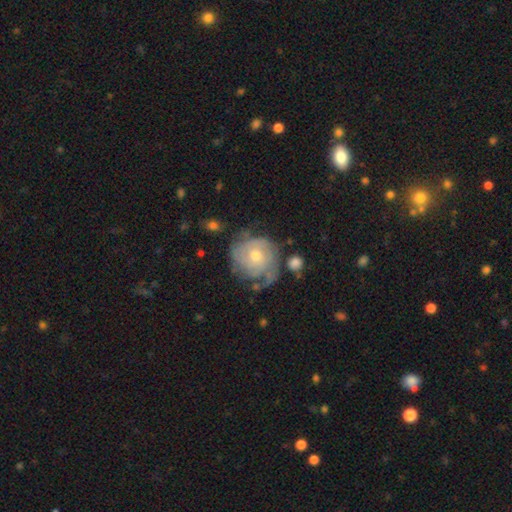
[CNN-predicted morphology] Smooth or featured? featured or disk (75%)
Edge-on disk? no (98%)
Bar? no (80%)
Spiral arms? yes (88%)
Spiral winding? tight (66%)
Spiral arm count? can't tell (42%)
Bulge size? moderate (57%)
Merging? none (58%)